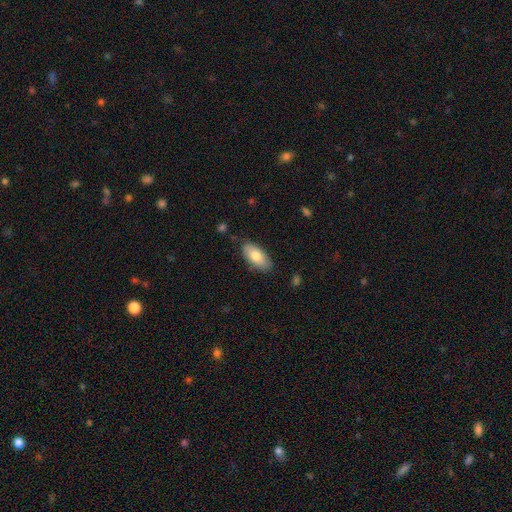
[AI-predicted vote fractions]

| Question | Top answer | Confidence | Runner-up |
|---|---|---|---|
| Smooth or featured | smooth | 77% | featured or disk (17%) |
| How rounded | in between | 91% | cigar-shaped (6%) |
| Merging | none | 81% | minor disturbance (15%) |